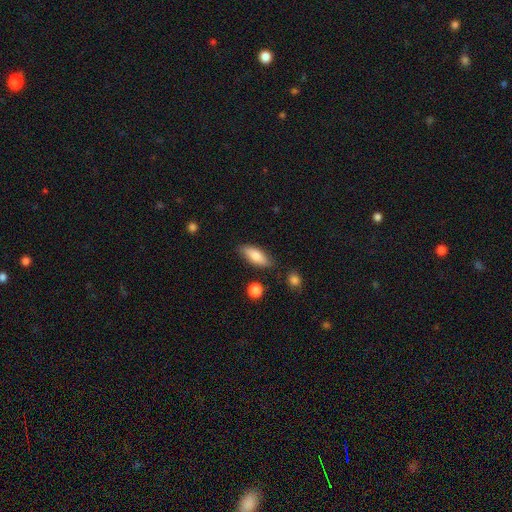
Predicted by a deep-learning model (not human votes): Smooth or featured? Predicted: smooth (p=0.78). How rounded? Predicted: in between (p=0.74). Merging? Predicted: none (p=0.81).